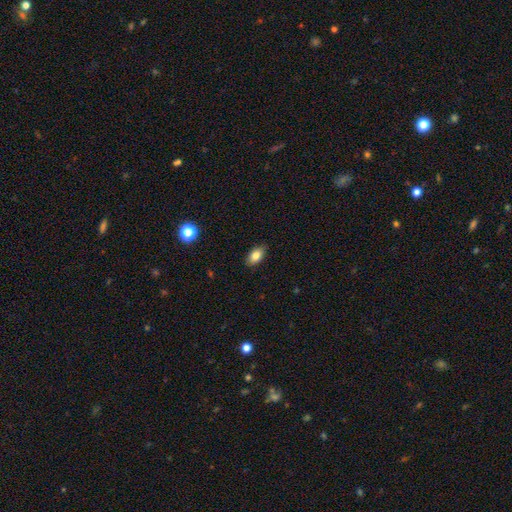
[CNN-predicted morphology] smooth-or-featured: smooth: 83% | star or artifact: 9% | featured or disk: 9%
  how-rounded: in between: 89% | round: 8% | cigar-shaped: 3%
  merging: none: 87% | minor disturbance: 10% | major disturbance: 2% | merger: 1%